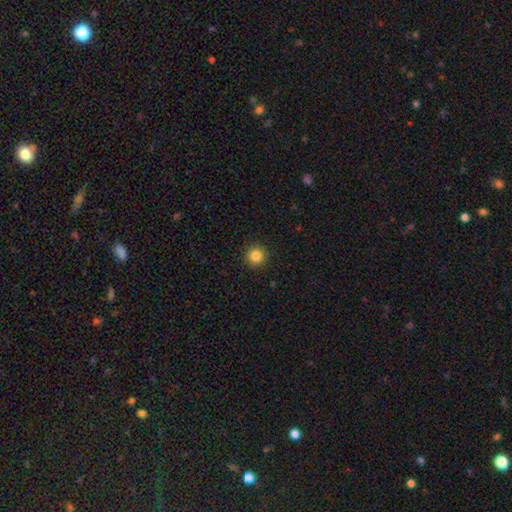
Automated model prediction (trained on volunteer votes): Smooth or featured? Predicted: smooth (p=0.85). How rounded? Predicted: round (p=0.95). Merging? Predicted: none (p=0.92).